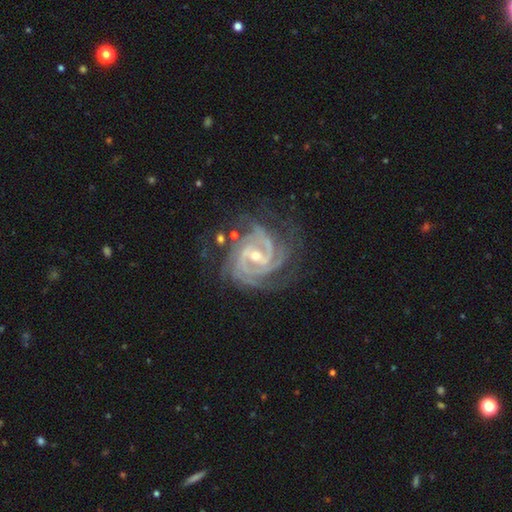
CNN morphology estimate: smooth_or_featured: featured or disk (p=0.93) [alt: star or artifact p=0.05]
disk_edge_on: no (p=0.98) [alt: yes p=0.02]
bar: weak (p=0.49) [alt: strong p=0.33]
has_spiral_arms: yes (p=0.99) [alt: no p=0.01]
spiral_winding: tight (p=0.68) [alt: medium p=0.28]
spiral_arm_count: 3 (p=0.29) [alt: 4 p=0.23]
bulge_size: small (p=0.54) [alt: moderate p=0.43]
merging: none (p=0.68) [alt: minor disturbance p=0.19]